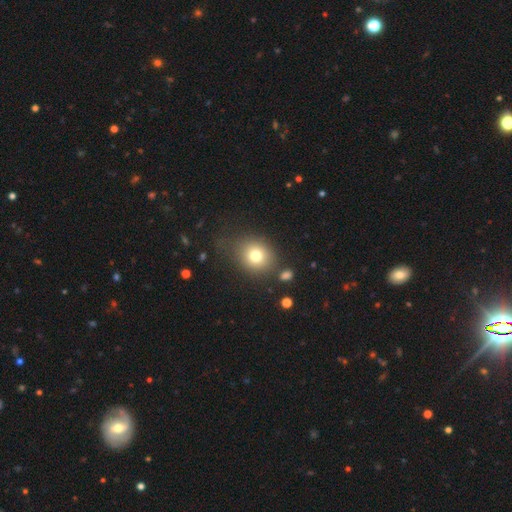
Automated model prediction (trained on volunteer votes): smooth_or_featured: smooth (p=0.76) [alt: star or artifact p=0.12]
how_rounded: round (p=0.71) [alt: in between p=0.28]
merging: none (p=0.69) [alt: minor disturbance p=0.17]